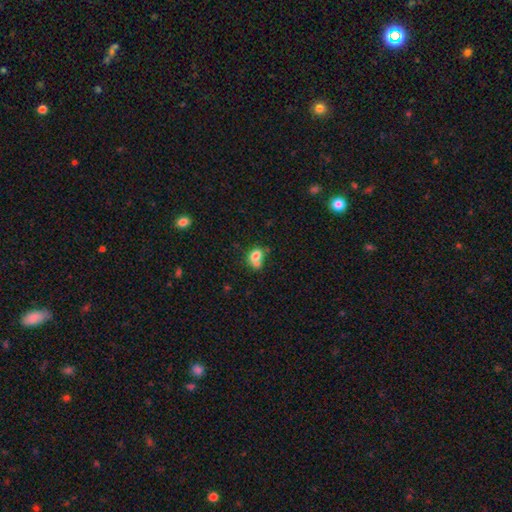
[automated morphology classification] smooth 74%, featured or disk 15%, star or artifact 11%. Down the decision tree: how rounded — in between (55%); merging — merger (46%).